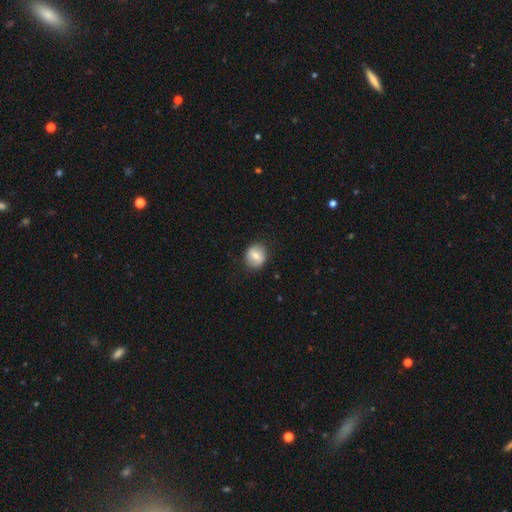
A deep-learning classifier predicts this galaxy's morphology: Smooth or featured? Predicted: smooth (p=0.71). How rounded? Predicted: round (p=0.76). Merging? Predicted: none (p=0.86).